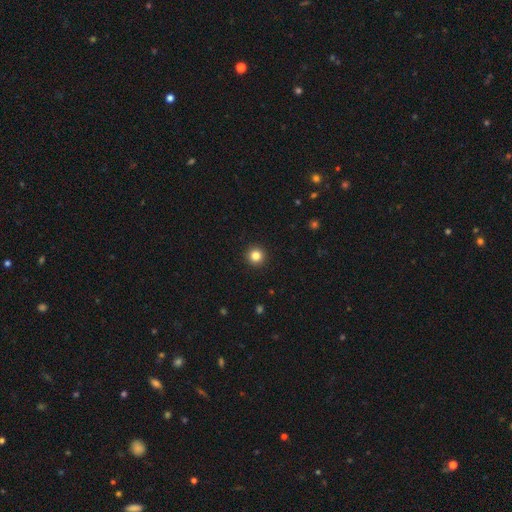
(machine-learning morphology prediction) This appears to be a smooth galaxy with no disk features (84%) that is round (96%). Merging: none (94%).